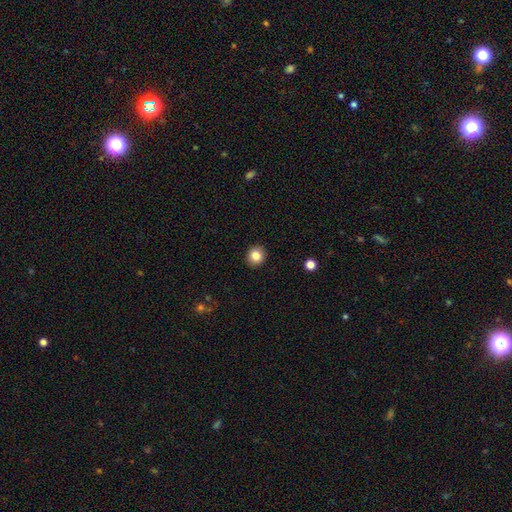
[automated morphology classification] This is clearly a smooth galaxy (84%). How rounded: clearly round (88%). Merging: clearly none (91%).